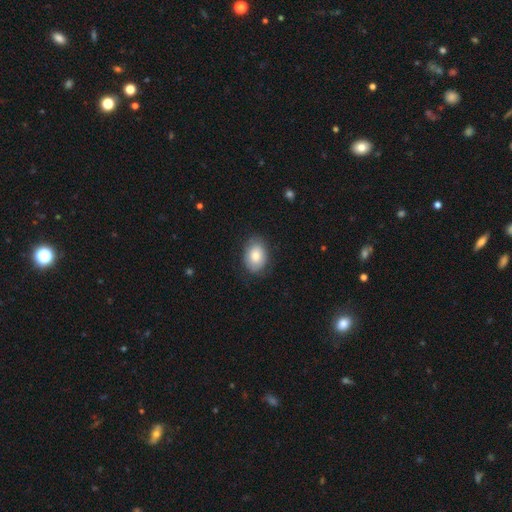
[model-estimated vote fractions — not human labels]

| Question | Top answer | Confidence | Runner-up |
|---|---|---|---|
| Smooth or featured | smooth | 80% | featured or disk (13%) |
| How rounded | in between | 77% | round (22%) |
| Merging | none | 81% | minor disturbance (15%) |